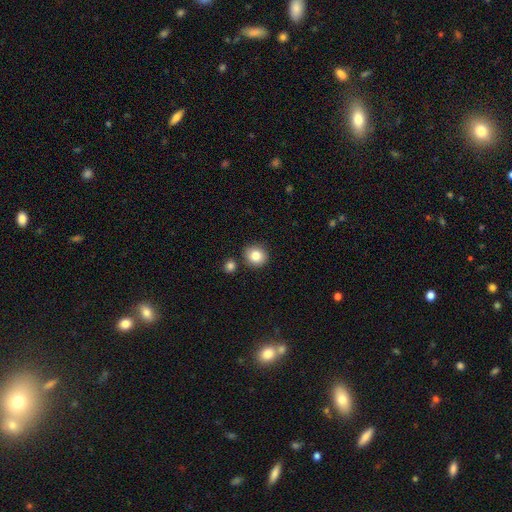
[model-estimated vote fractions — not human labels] Smooth or featured? Predicted: smooth (p=0.83). How rounded? Predicted: round (p=0.87). Merging? Predicted: none (p=0.84).